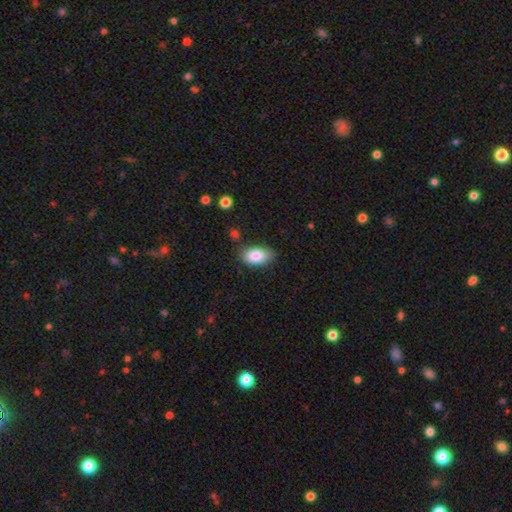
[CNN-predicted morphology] This appears to be a smooth galaxy with no disk features (83%) that is in between round and cigar-shaped (92%). Merging: none (75%).